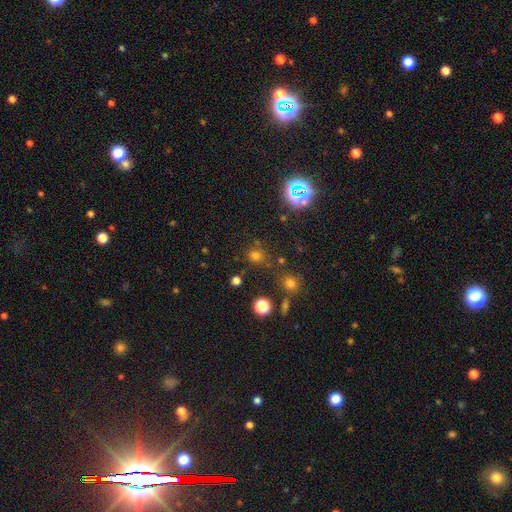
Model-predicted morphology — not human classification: type=smooth (62%); roundness=round (86%); merging=none (74%).